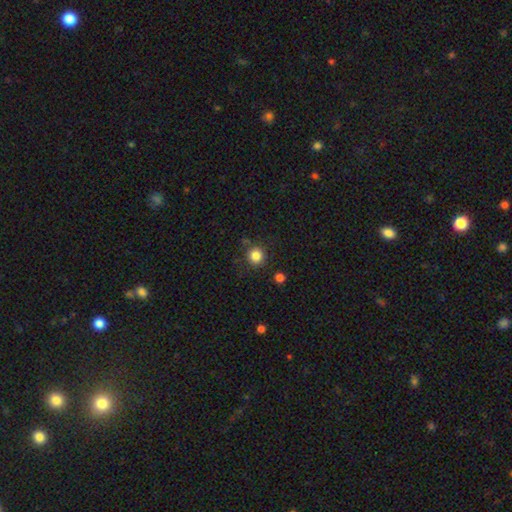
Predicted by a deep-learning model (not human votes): Smooth or featured? smooth (84%)
How rounded? round (92%)
Merging? none (84%)